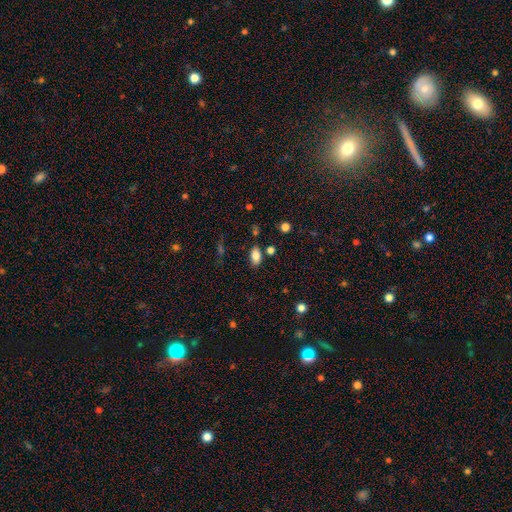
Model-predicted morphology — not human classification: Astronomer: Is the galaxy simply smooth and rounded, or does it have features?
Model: smooth — 84%.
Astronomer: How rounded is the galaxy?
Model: in between — 91%.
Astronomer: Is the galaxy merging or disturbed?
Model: none — 79%.